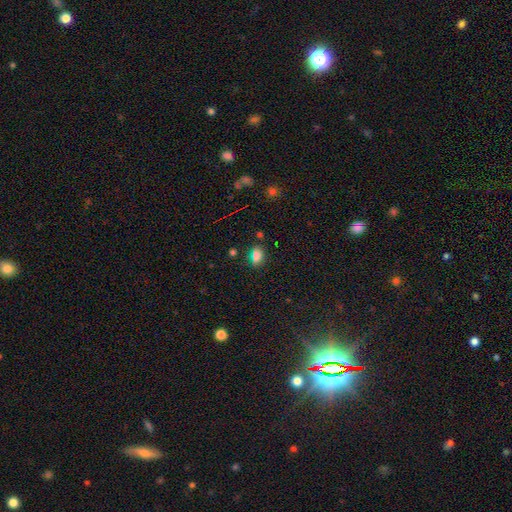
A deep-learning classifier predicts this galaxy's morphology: A smooth galaxy with no disk features (75%) that is in between round and cigar-shaped (78%).

Vote fractions:
- Smooth or featured? smooth: 75% / star or artifact: 18% / featured or disk: 7%
- How rounded? in between: 78% / round: 18% / cigar-shaped: 4%
- Merging? none: 76% / minor disturbance: 15% / merger: 4% / major disturbance: 4%